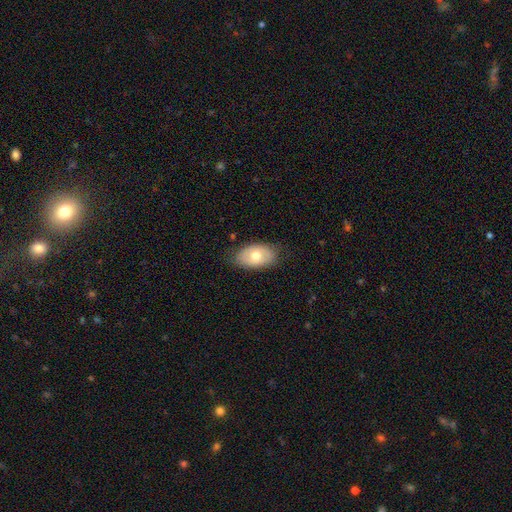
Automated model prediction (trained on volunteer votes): This is likely a smooth galaxy (64%). How rounded: clearly in between (91%). Merging: likely none (77%).